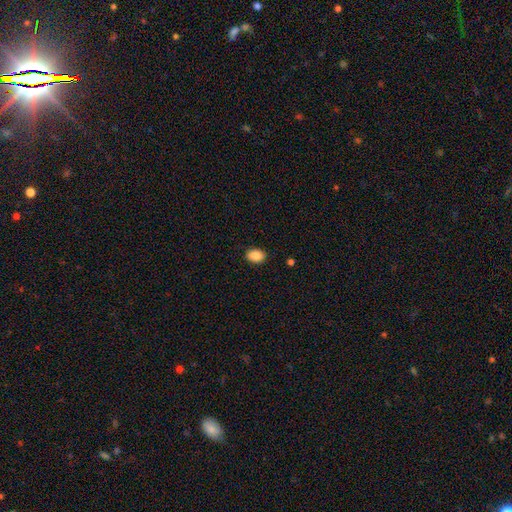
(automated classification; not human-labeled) smooth-or-featured: smooth: 89% | star or artifact: 8% | featured or disk: 3%
  how-rounded: in between: 78% | round: 21% | cigar-shaped: 1%
  merging: none: 87% | minor disturbance: 9% | major disturbance: 2% | merger: 1%